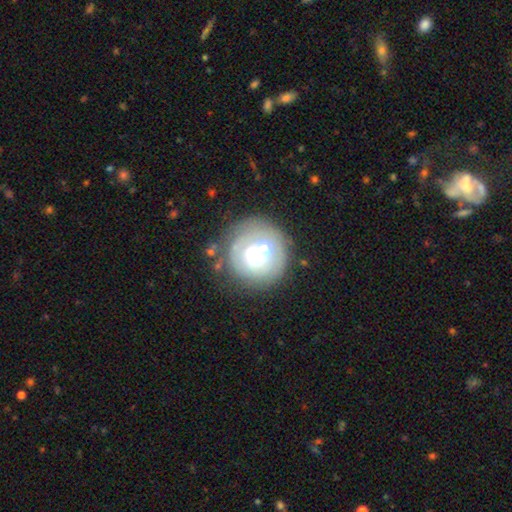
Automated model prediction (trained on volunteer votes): smooth-or-featured: smooth: 43% | featured or disk: 42% | star or artifact: 16%
  merging: none: 68% | minor disturbance: 13% | merger: 11% | major disturbance: 8%